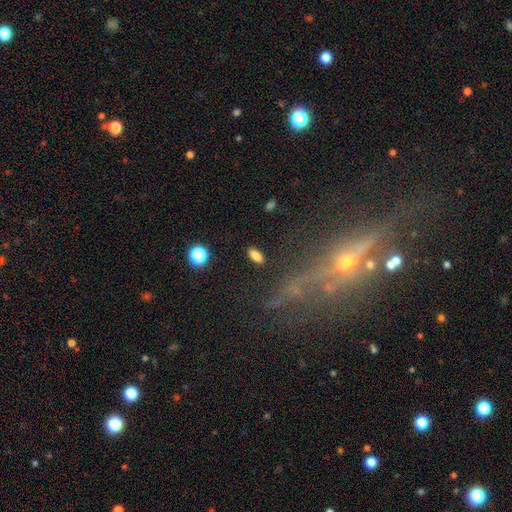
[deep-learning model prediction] Smooth or featured? smooth (82%)
How rounded? in between (87%)
Merging? none (88%)